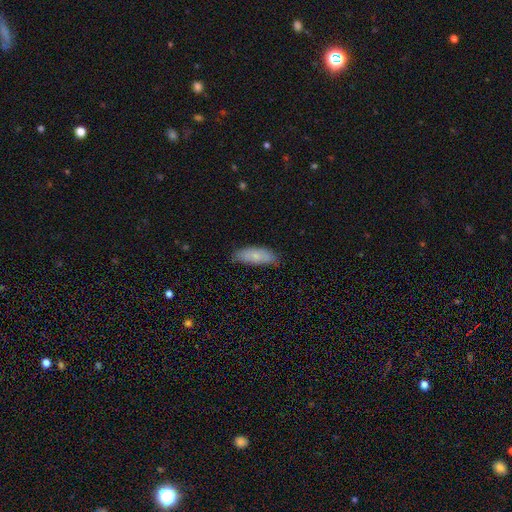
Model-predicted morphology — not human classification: Overall: smooth (79%). How rounded: in between (67%; cigar-shaped 31%). Merging: none (76%).